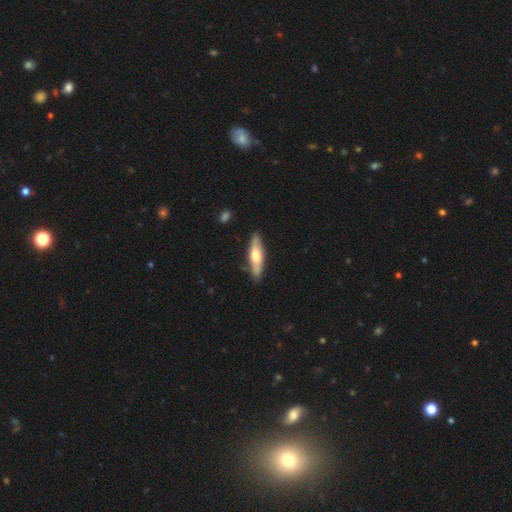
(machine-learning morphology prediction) smooth 48%, featured or disk 47%, star or artifact 5%. Down the decision tree: merging — none (83%).